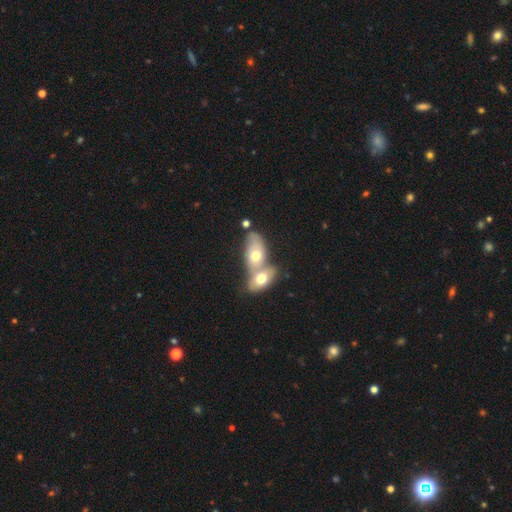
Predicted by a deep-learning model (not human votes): Overall: smooth (50%; featured or disk 40%). Merging: merger (70%).